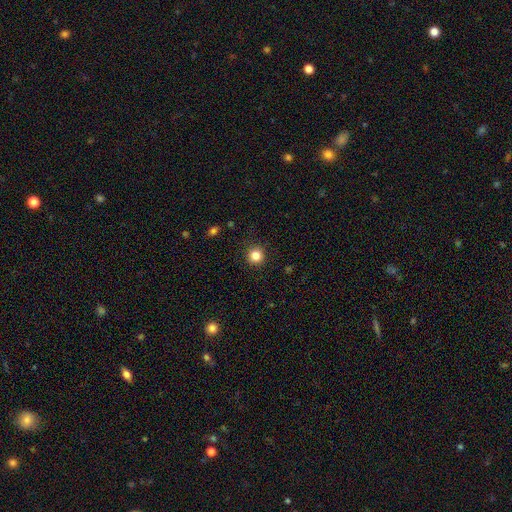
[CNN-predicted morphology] Smooth or featured? smooth (83%)
How rounded? round (95%)
Merging? none (91%)